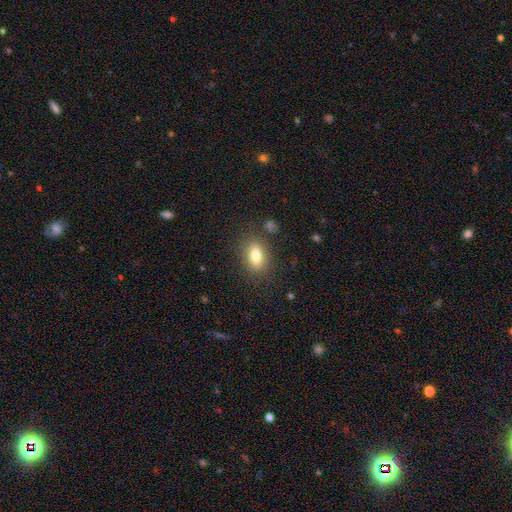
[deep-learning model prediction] smooth-or-featured: smooth: 79% | featured or disk: 12% | star or artifact: 9%
  how-rounded: in between: 78% | round: 19% | cigar-shaped: 3%
  merging: none: 83% | minor disturbance: 11% | major disturbance: 4% | merger: 3%